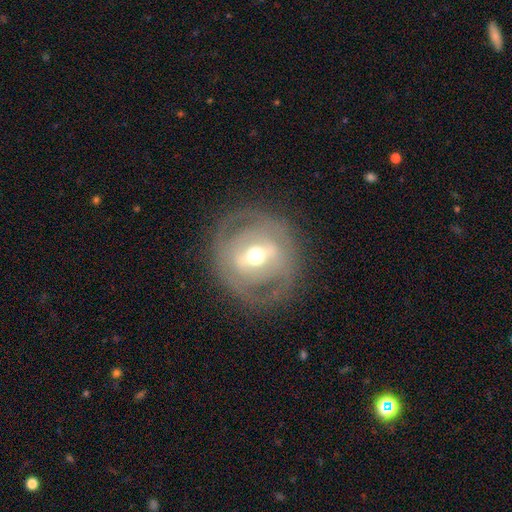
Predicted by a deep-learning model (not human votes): Q: Smooth or featured?
A: featured or disk (66%); runner-up: smooth (27%)
Q: Edge-on disk?
A: no (92%); runner-up: yes (8%)
Q: Bar?
A: strong (40%); runner-up: weak (34%)
Q: Spiral arms?
A: no (65%); runner-up: yes (35%)
Q: Bulge size?
A: moderate (69%); runner-up: small (16%)
Q: Merging?
A: none (78%); runner-up: minor disturbance (12%)